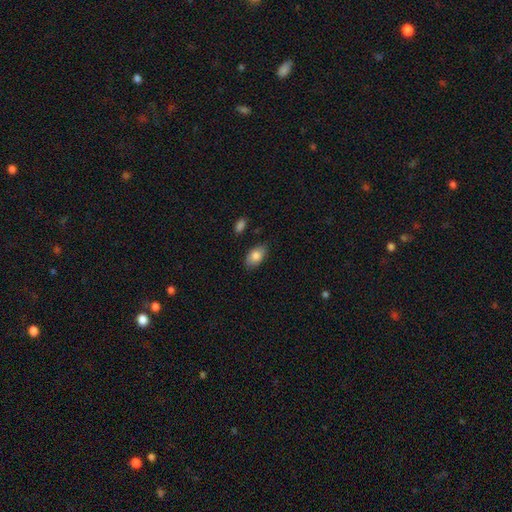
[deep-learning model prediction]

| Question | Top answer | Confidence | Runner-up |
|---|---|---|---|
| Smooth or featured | smooth | 83% | featured or disk (10%) |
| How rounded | in between | 93% | round (6%) |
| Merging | none | 83% | minor disturbance (12%) |